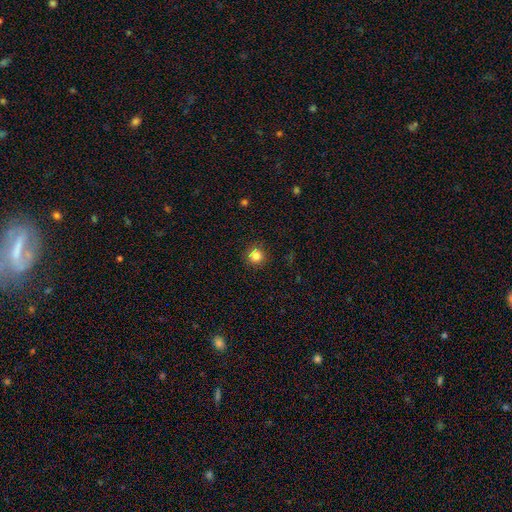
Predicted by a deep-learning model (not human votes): Overall: smooth (83%). How rounded: round (93%). Merging: none (89%).